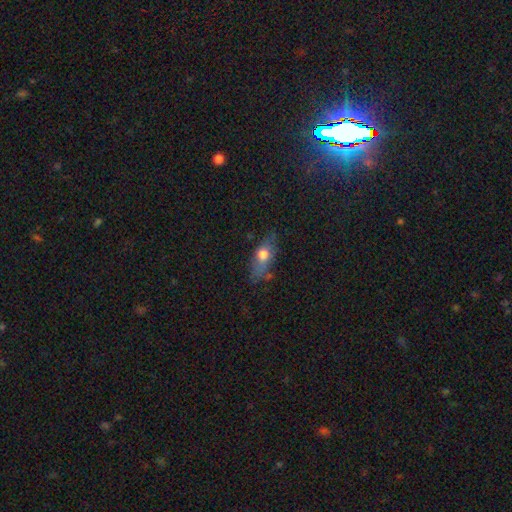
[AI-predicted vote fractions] smooth_or_featured: smooth (p=0.58) [alt: featured or disk p=0.30]
how_rounded: in between (p=0.64) [alt: cigar-shaped p=0.25]
merging: none (p=0.64) [alt: minor disturbance p=0.24]